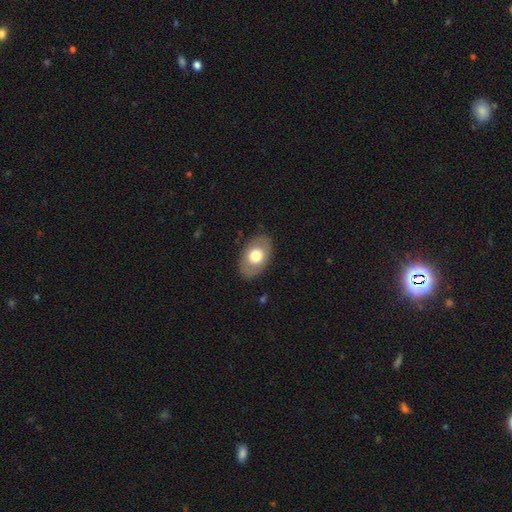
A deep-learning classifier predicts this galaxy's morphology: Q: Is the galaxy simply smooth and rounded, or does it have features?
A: smooth — 63%.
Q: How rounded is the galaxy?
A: in between — 87%.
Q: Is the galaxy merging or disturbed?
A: none — 85%.